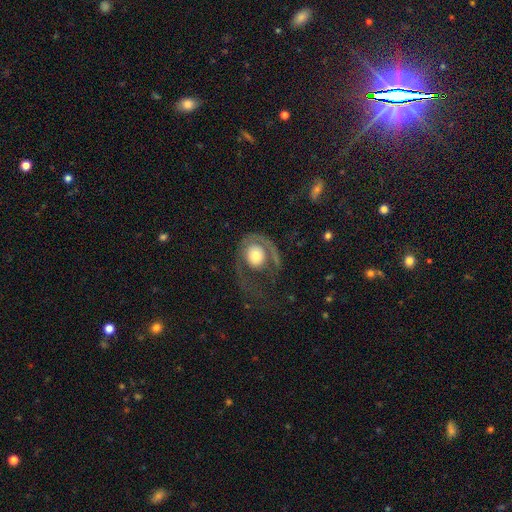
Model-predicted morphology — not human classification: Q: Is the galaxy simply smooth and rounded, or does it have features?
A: featured or disk — 54%.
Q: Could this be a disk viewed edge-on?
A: no — 95%.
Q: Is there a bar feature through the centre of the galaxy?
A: no — 83%.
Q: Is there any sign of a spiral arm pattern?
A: yes — 57%.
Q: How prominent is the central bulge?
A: moderate — 51%.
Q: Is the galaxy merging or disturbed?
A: major disturbance — 47%.